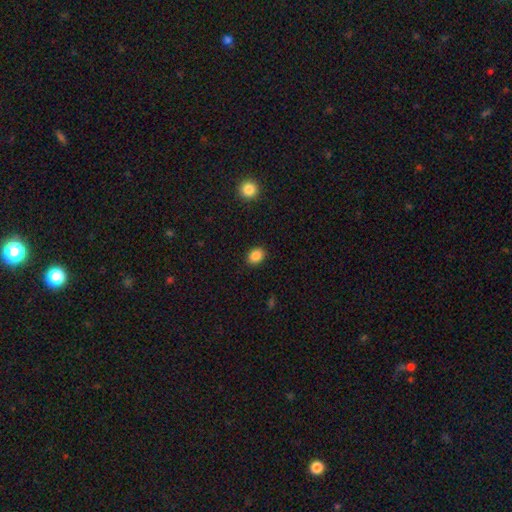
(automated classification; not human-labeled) smooth_or_featured: smooth (p=0.87) [alt: star or artifact p=0.09]
how_rounded: in between (p=0.56) [alt: round p=0.43]
merging: none (p=0.89) [alt: minor disturbance p=0.08]